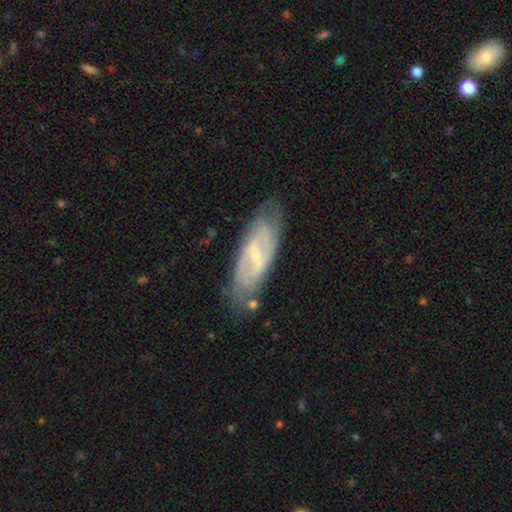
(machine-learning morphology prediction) A featured or disk galaxy (70%) with a strong bar (47%), spiral arms (71%) and a small central bulge (69%). Merging: none (75%).